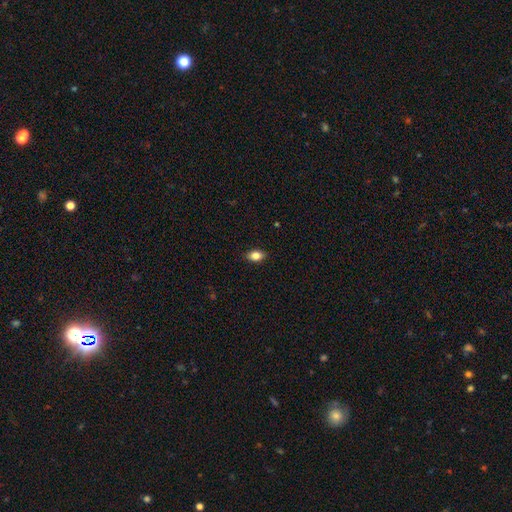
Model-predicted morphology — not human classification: A smooth galaxy with no disk features (83%) that is in between round and cigar-shaped (85%). Merging: none (88%).